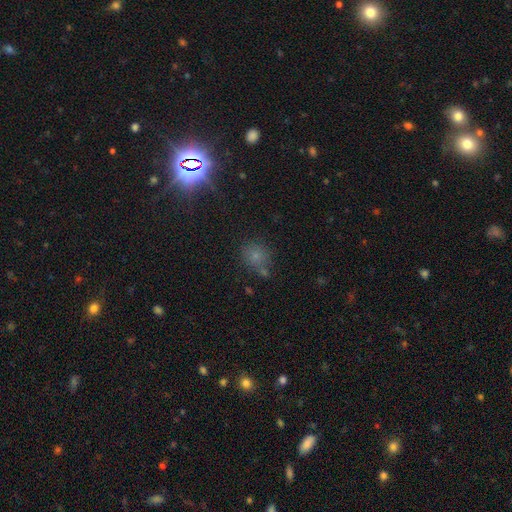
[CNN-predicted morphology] This appears to be a smooth galaxy with no disk features (72%) that is round (79%). Merging: none (66%).